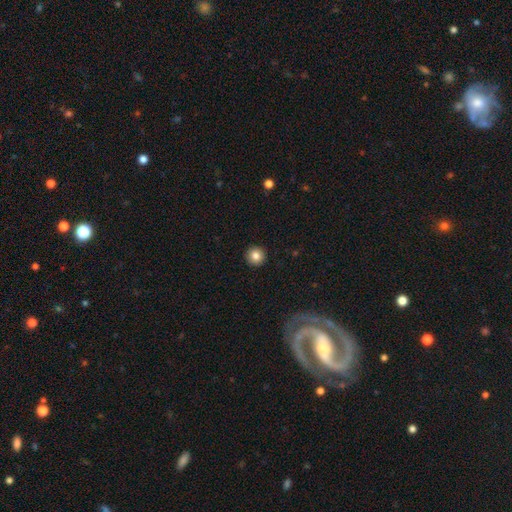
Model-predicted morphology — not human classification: This is clearly a smooth galaxy (84%). How rounded: clearly round (96%). Merging: clearly none (94%).